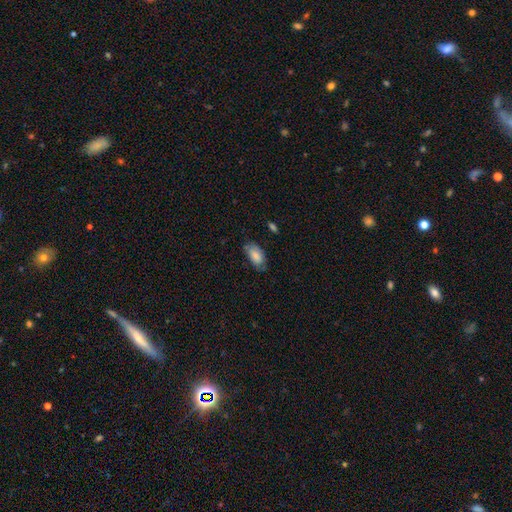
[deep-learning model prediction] Smooth or featured? Predicted: smooth (p=0.78). How rounded? Predicted: in between (p=0.93). Merging? Predicted: none (p=0.66).